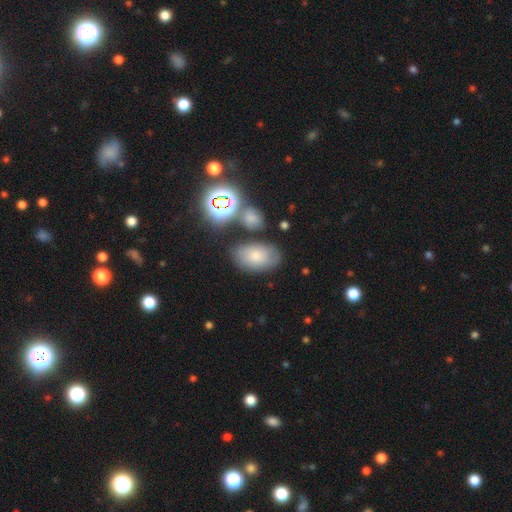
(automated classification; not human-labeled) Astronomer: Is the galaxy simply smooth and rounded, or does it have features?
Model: smooth — 68%.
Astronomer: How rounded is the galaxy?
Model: in between — 89%.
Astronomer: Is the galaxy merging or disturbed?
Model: none — 69%.